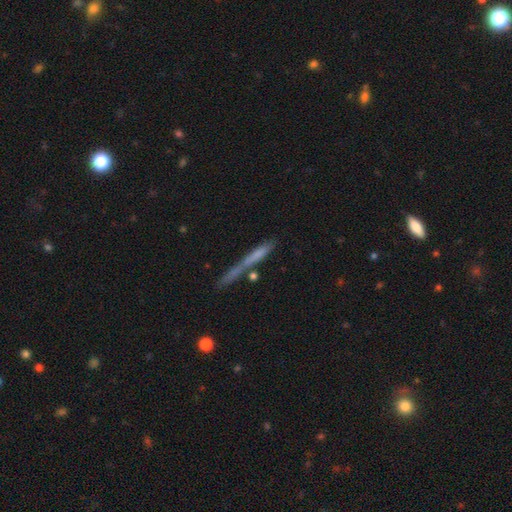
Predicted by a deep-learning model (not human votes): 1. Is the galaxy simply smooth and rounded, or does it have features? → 55% smooth, 35% featured or disk, 9% star or artifact.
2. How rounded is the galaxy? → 92% cigar-shaped, 5% in between, 3% round.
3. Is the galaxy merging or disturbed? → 60% none, 17% merger, 16% minor disturbance, 7% major disturbance.